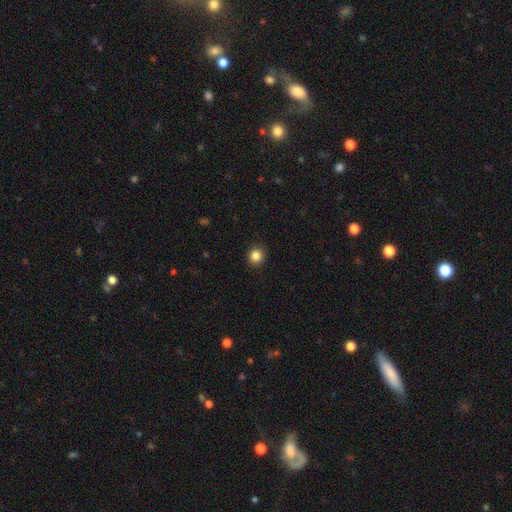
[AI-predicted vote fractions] Smooth or featured: smooth — 85% (star or artifact — 11%)
How rounded: round — 91% (in between — 8%)
Merging: none — 93% (minor disturbance — 5%)